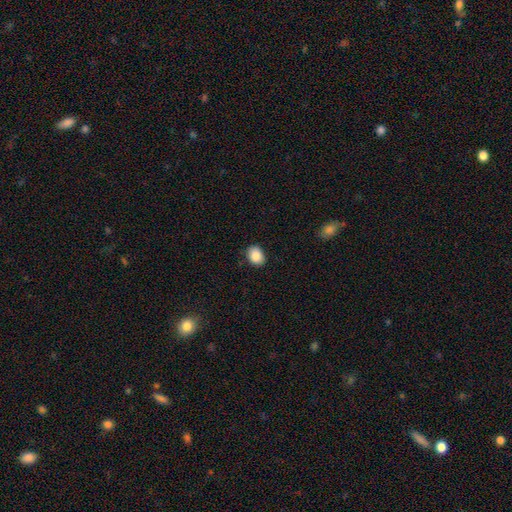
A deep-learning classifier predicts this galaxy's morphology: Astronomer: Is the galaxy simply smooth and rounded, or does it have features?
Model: smooth — 88%.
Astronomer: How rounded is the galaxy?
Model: in between — 62%.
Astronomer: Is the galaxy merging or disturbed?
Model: none — 86%.